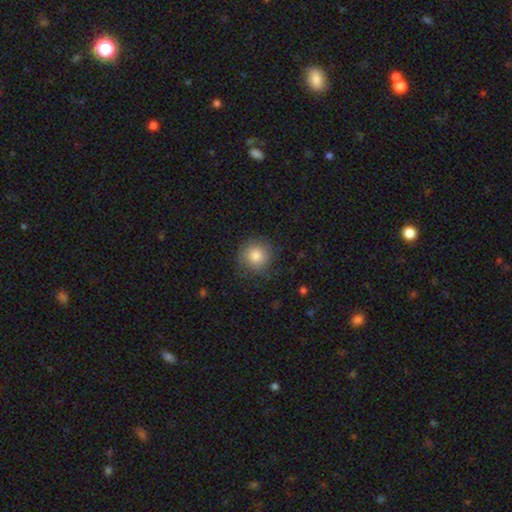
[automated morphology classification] smooth_or_featured: smooth (p=0.83) [alt: featured or disk p=0.09]
how_rounded: round (p=0.92) [alt: in between p=0.07]
merging: none (p=0.79) [alt: minor disturbance p=0.15]